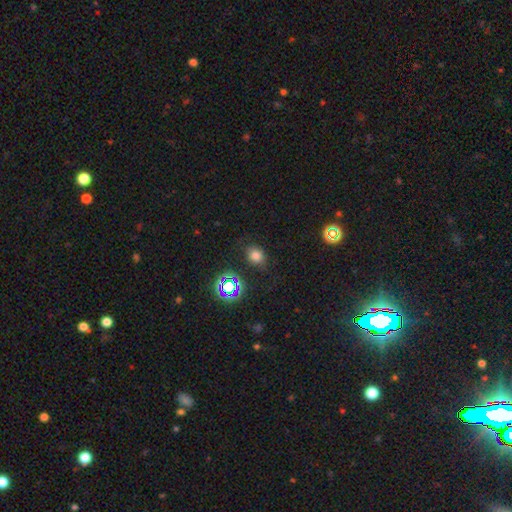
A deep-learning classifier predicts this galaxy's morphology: smooth 71%, star or artifact 22%, featured or disk 8%. Down the decision tree: how rounded — round (53%); merging — none (79%).